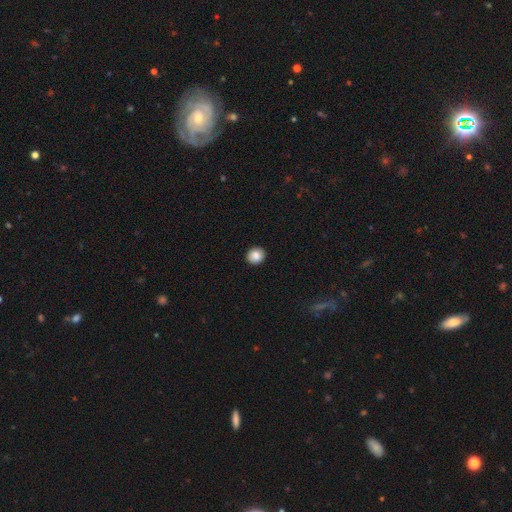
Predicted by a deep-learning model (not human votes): This is clearly a smooth galaxy (86%). How rounded: clearly round (84%). Merging: clearly none (91%).